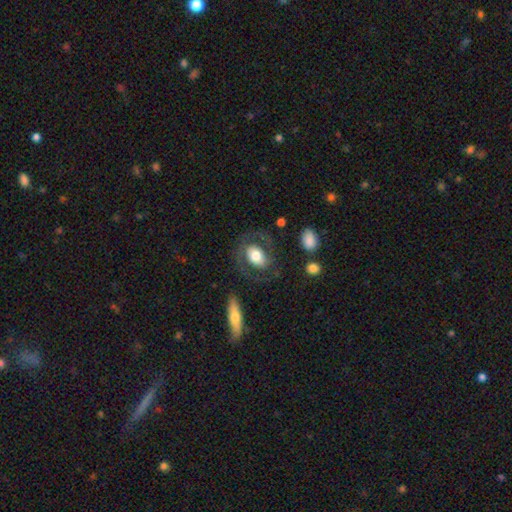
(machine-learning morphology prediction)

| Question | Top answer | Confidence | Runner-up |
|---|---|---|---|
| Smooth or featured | featured or disk | 49% | smooth (45%) |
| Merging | none | 70% | major disturbance (14%) |